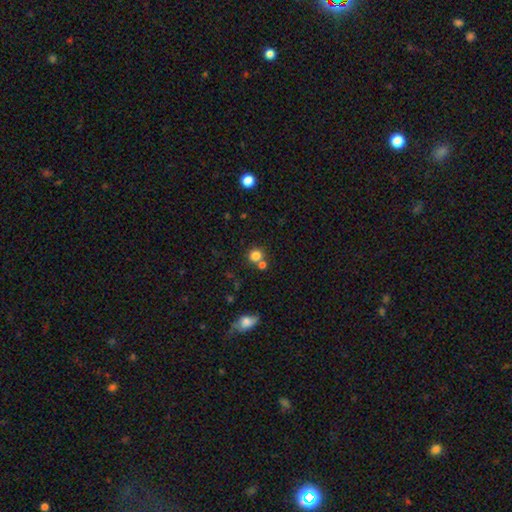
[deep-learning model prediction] This is clearly a smooth galaxy (81%). How rounded: clearly round (87%). Merging: likely none (61%).